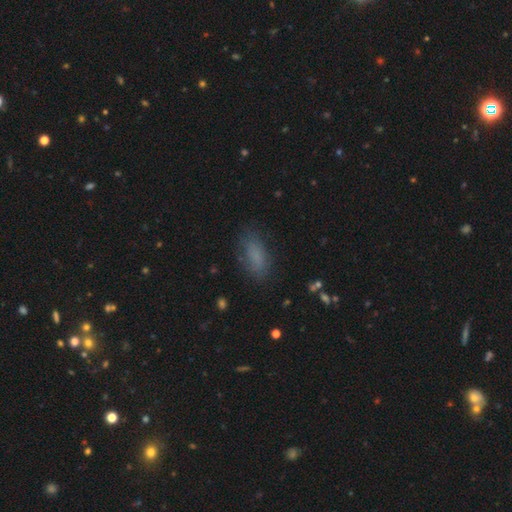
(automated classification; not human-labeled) Smooth or featured?
  - smooth: 78% *
  - star or artifact: 11%
  - featured or disk: 10%
How rounded?
  - in between: 84% *
  - cigar-shaped: 13%
  - round: 4%
Merging?
  - none: 77% *
  - minor disturbance: 16%
  - major disturbance: 6%
  - merger: 2%